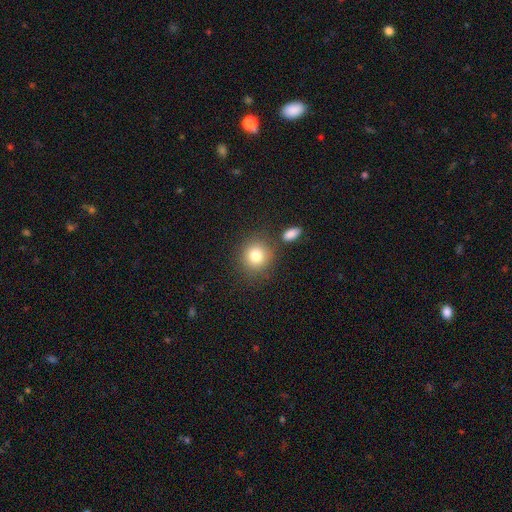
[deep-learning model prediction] smooth 81%, star or artifact 11%, featured or disk 8%. Down the decision tree: how rounded — round (86%); merging — none (78%).